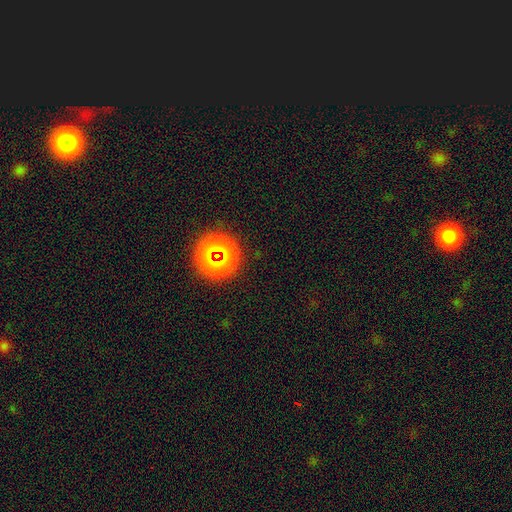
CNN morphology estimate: star or artifact 75%, smooth 17%, featured or disk 8%.